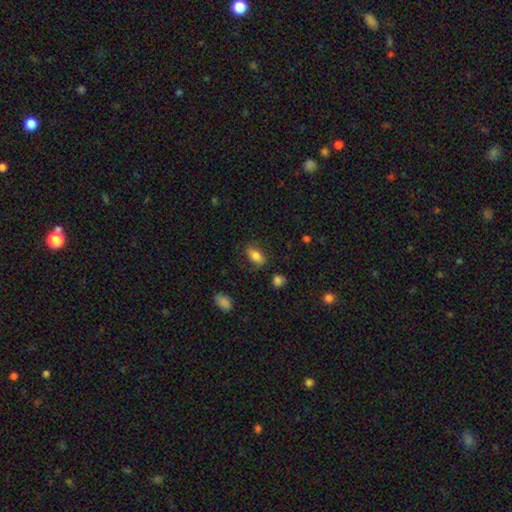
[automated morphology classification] The model was most divided on "smooth or featured": smooth: 72%, featured or disk: 19%, star or artifact: 9%. More confident: how rounded — in between (86%); merging — none (73%).